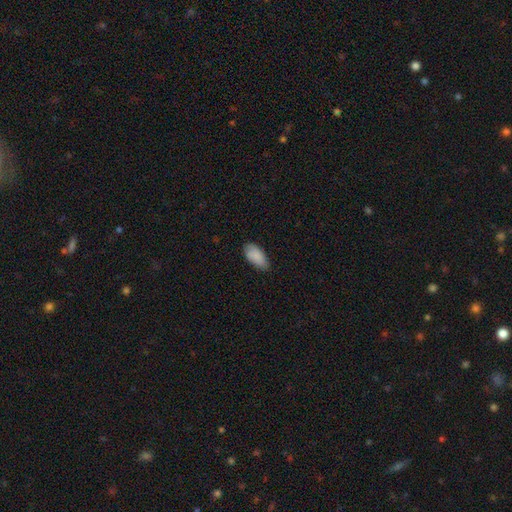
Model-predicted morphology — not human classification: A smooth galaxy with no disk features (87%) that is in between round and cigar-shaped (93%).

Vote fractions:
- Smooth or featured? smooth: 87% / featured or disk: 6% / star or artifact: 6%
- How rounded? in between: 93% / cigar-shaped: 5% / round: 2%
- Merging? none: 76% / minor disturbance: 20% / major disturbance: 3% / merger: 1%